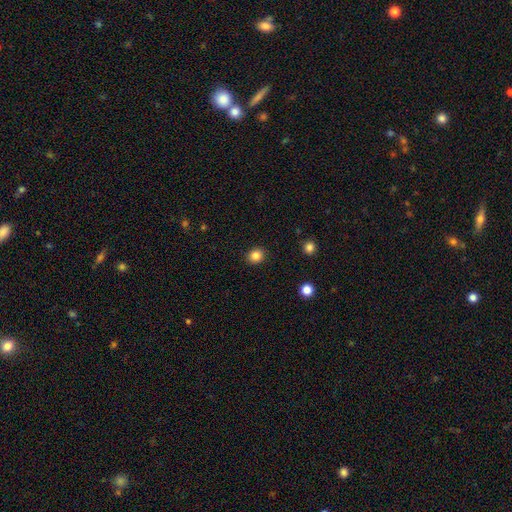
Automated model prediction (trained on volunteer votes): A smooth galaxy with no disk features (84%) that is round (73%). Merging: none (91%).